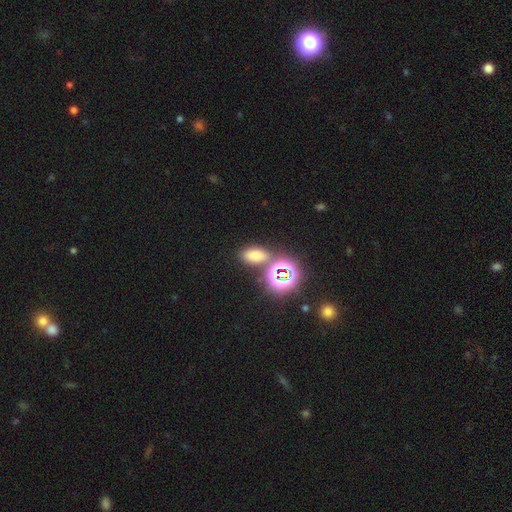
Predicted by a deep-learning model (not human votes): smooth 65%, star or artifact 29%, featured or disk 7%. Down the decision tree: how rounded — in between (74%); merging — none (73%).